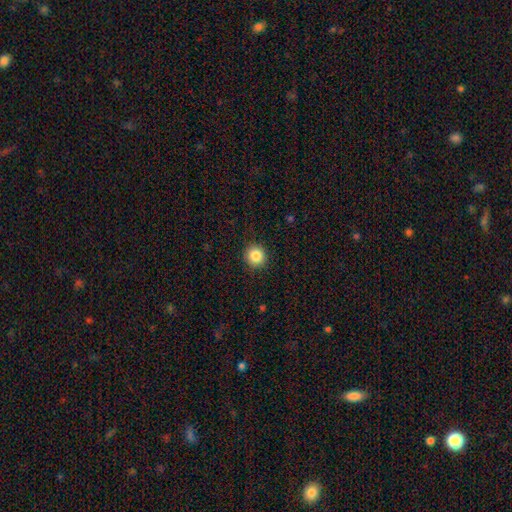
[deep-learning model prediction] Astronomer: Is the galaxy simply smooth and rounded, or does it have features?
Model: smooth — 85%.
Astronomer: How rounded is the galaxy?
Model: round — 94%.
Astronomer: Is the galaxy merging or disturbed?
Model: none — 92%.